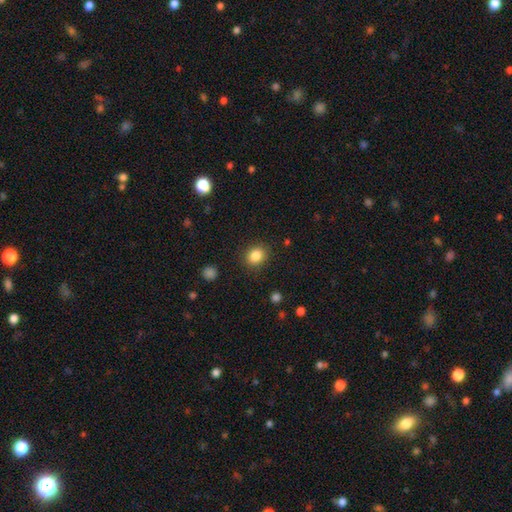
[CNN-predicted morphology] A smooth galaxy with no disk features (85%) that is round (68%). Merging: none (88%).